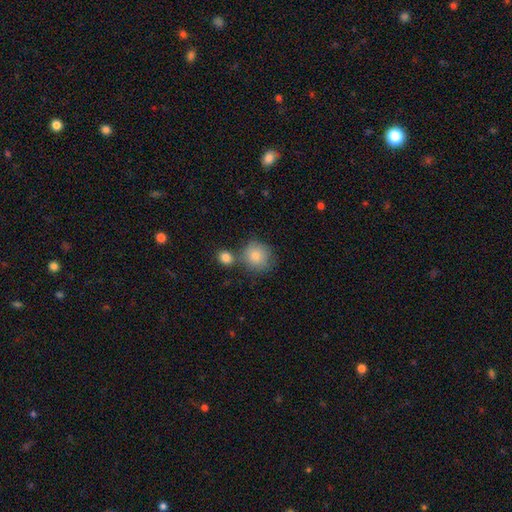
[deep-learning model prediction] Overall: smooth (84%). How rounded: round (85%). Merging: none (58%; merger 22%).